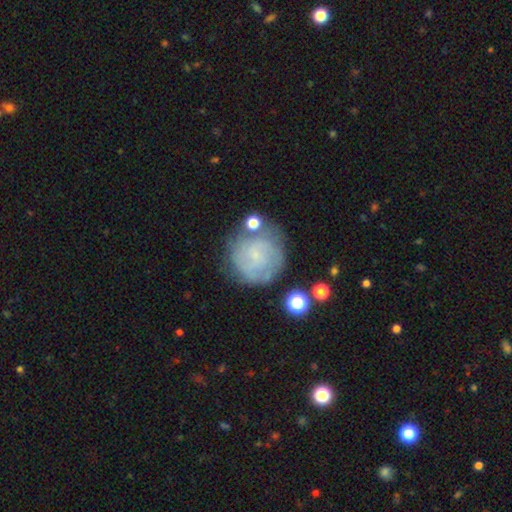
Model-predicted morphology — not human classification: This is possibly a featured or disk galaxy (51%). It is clearly not viewed edge-on (98%). Bar: likely no (69%). Spiral arm pattern: likely yes (73%). Central bulge: likely small (71%). Merging: likely none (66%).